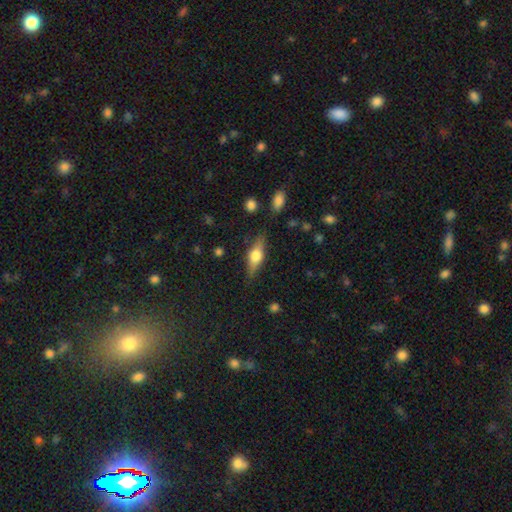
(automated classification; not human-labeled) A smooth galaxy with no disk features (50%). Merging: none (81%).